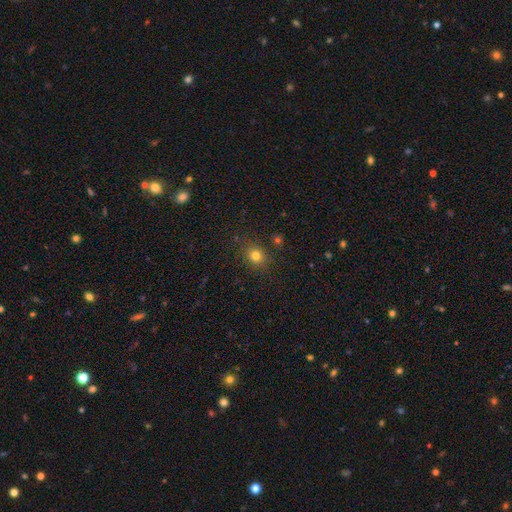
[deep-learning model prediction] A smooth galaxy with no disk features (79%) that is round (69%). Merging: none (83%).